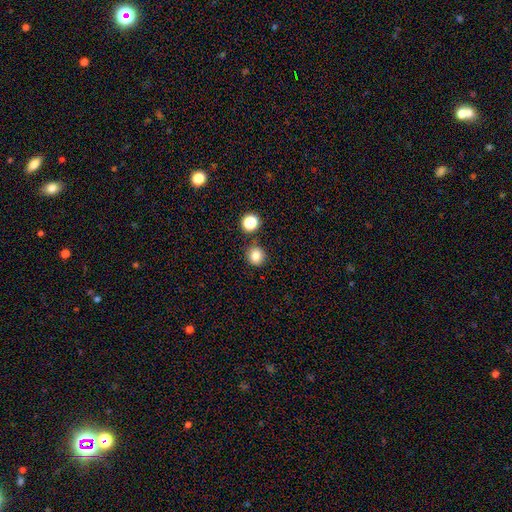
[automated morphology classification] A smooth galaxy with no disk features (83%) that is round (89%).

Vote fractions:
- Smooth or featured? smooth: 83% / star or artifact: 12% / featured or disk: 5%
- How rounded? round: 89% / in between: 10% / cigar-shaped: 1%
- Merging? none: 83% / minor disturbance: 8% / merger: 6% / major disturbance: 2%